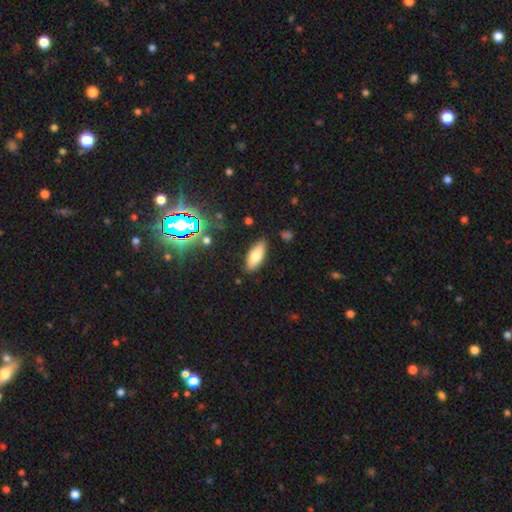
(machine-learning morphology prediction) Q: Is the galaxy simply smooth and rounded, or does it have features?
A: smooth — 77%.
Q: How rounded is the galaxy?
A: in between — 78%.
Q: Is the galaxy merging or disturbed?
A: none — 86%.